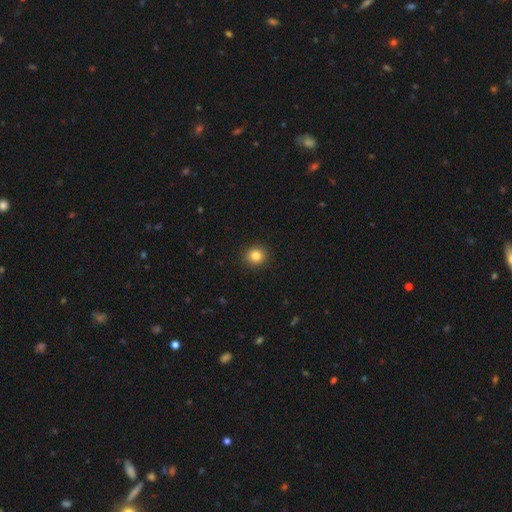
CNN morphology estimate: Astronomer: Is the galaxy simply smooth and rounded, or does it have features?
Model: smooth — 84%.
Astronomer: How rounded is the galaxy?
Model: round — 88%.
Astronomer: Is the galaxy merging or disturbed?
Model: none — 92%.